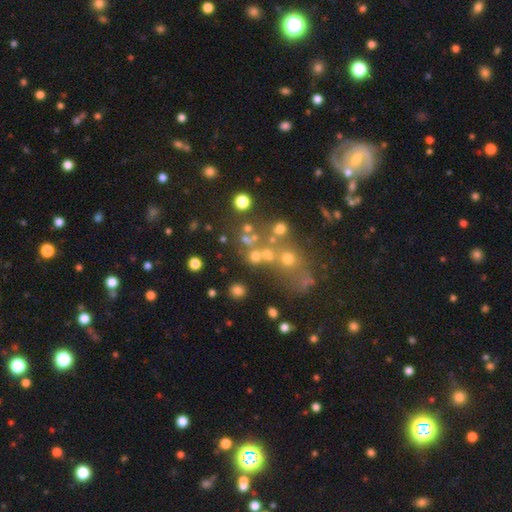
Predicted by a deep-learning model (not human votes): smooth-or-featured: smooth: 53% | star or artifact: 28% | featured or disk: 19%
  how-rounded: round: 80% | in between: 18% | cigar-shaped: 2%
  merging: none: 54% | merger: 25% | minor disturbance: 11% | major disturbance: 10%